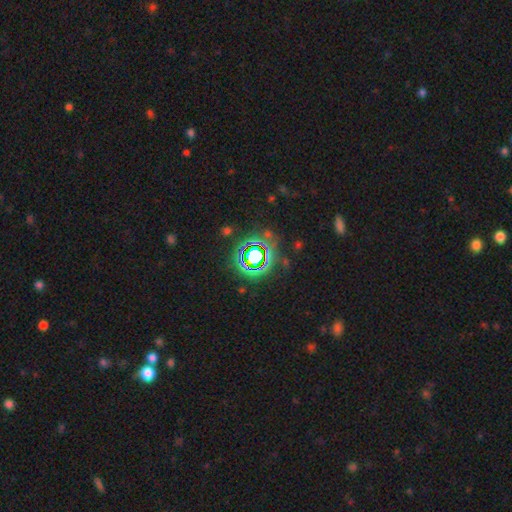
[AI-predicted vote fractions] A star or artifact, not a galaxy (69%).